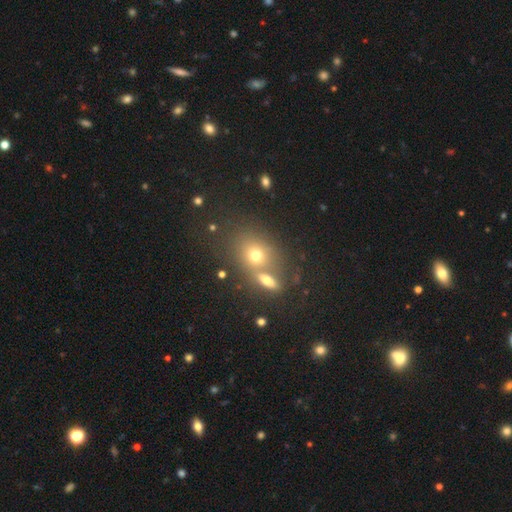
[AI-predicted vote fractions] This is likely a smooth galaxy (67%). How rounded: possibly round (51%). Merging: possibly none (46%).